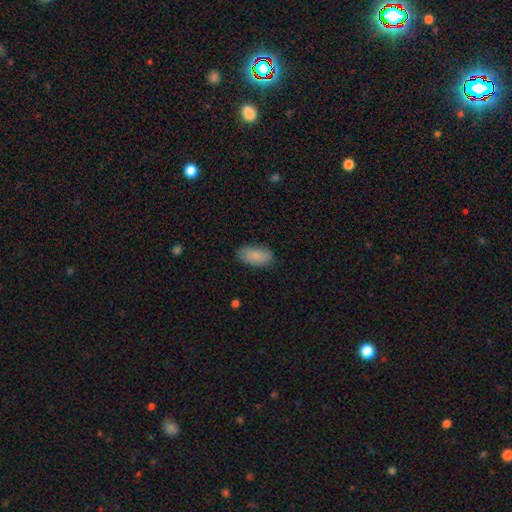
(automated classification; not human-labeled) Smooth or featured?
  - smooth: 87% *
  - star or artifact: 6%
  - featured or disk: 6%
How rounded?
  - in between: 92% *
  - cigar-shaped: 5%
  - round: 3%
Merging?
  - none: 83% *
  - minor disturbance: 13%
  - major disturbance: 3%
  - merger: 1%